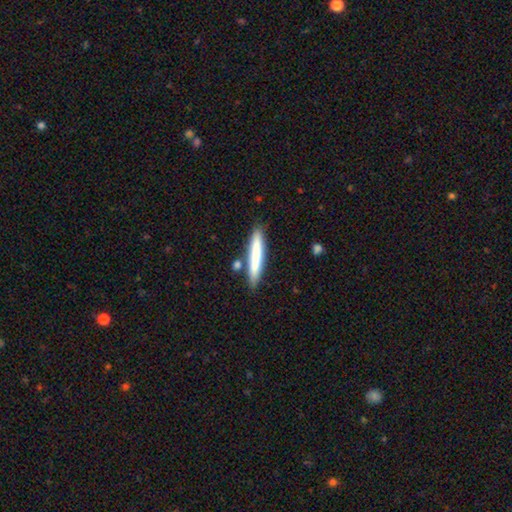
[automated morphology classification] This appears to be a smooth galaxy with no disk features (72%) that is cigar-shaped (93%). Merging: none (80%).